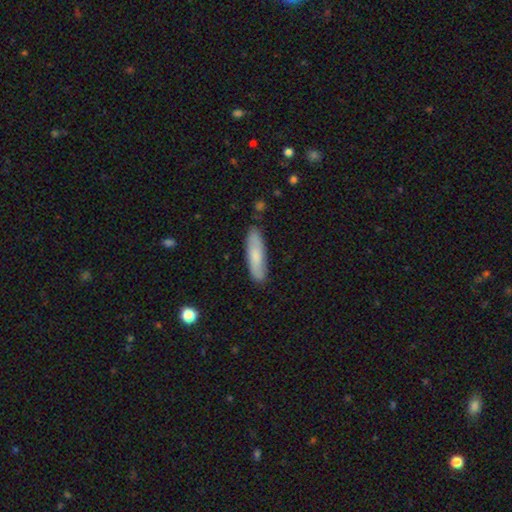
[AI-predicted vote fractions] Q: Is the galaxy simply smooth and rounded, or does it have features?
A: smooth — 74%.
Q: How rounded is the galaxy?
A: cigar-shaped — 70%.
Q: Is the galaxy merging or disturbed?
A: none — 84%.